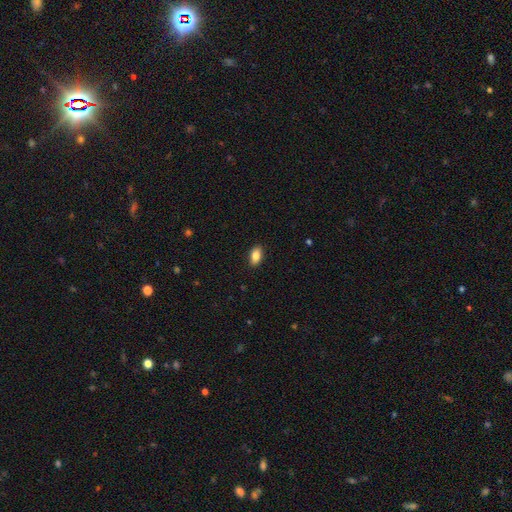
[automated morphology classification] type=smooth (84%); roundness=in between (89%); merging=none (88%).